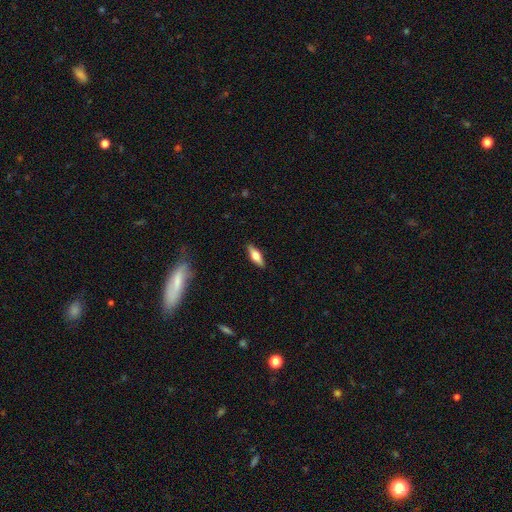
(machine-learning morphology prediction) smooth_or_featured: smooth (p=0.52) [alt: featured or disk p=0.42]
how_rounded: in between (p=0.54) [alt: cigar-shaped p=0.43]
merging: none (p=0.88) [alt: minor disturbance p=0.09]